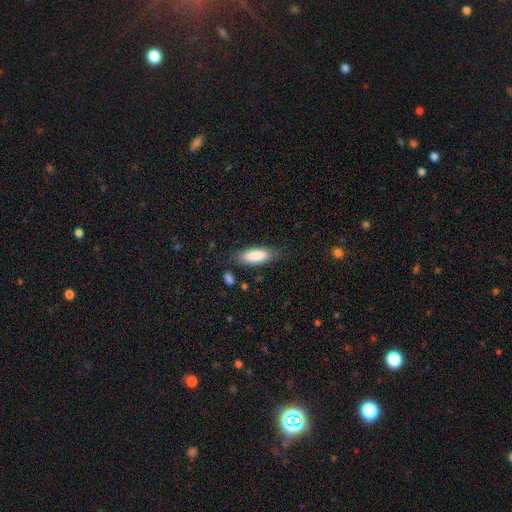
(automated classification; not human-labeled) This is clearly a smooth galaxy (86%). How rounded: likely in between (67%). Merging: likely none (79%).